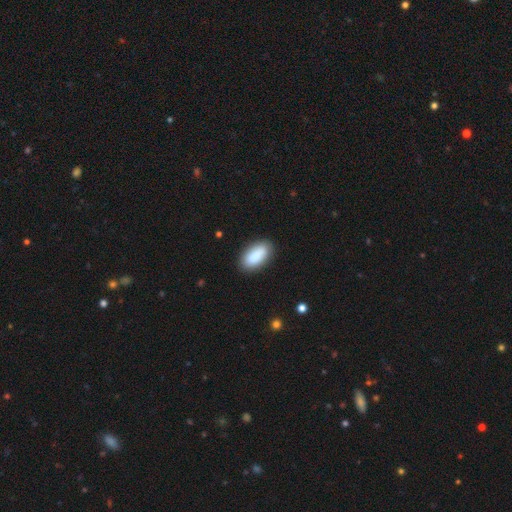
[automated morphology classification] Overall: smooth (89%). How rounded: in between (93%). Merging: none (86%).